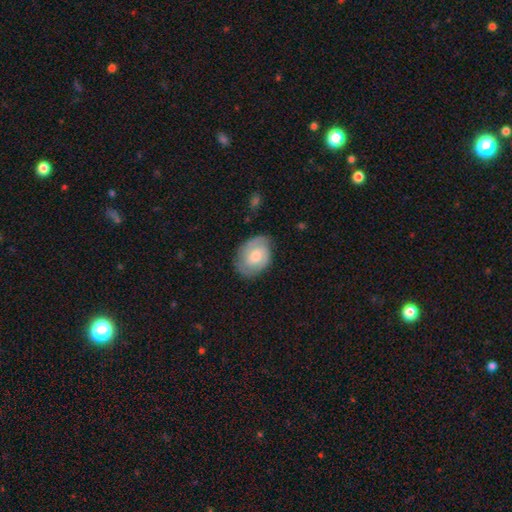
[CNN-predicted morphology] Q: Smooth or featured?
A: featured or disk (61%); runner-up: smooth (33%)
Q: Edge-on disk?
A: no (97%); runner-up: yes (3%)
Q: Bar?
A: no (59%); runner-up: weak (36%)
Q: Spiral arms?
A: yes (87%); runner-up: no (13%)
Q: Spiral winding?
A: tight (53%); runner-up: medium (36%)
Q: Spiral arm count?
A: 2 (60%); runner-up: can't tell (22%)
Q: Bulge size?
A: moderate (56%); runner-up: small (27%)
Q: Merging?
A: none (74%); runner-up: minor disturbance (19%)